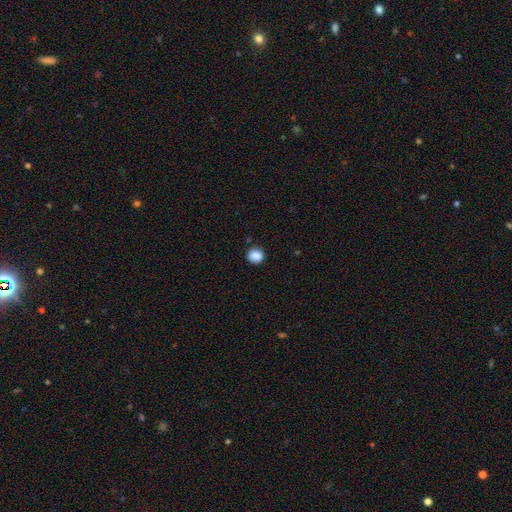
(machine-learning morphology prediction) Smooth or featured? Predicted: smooth (p=0.87). How rounded? Predicted: round (p=0.79). Merging? Predicted: none (p=0.88).